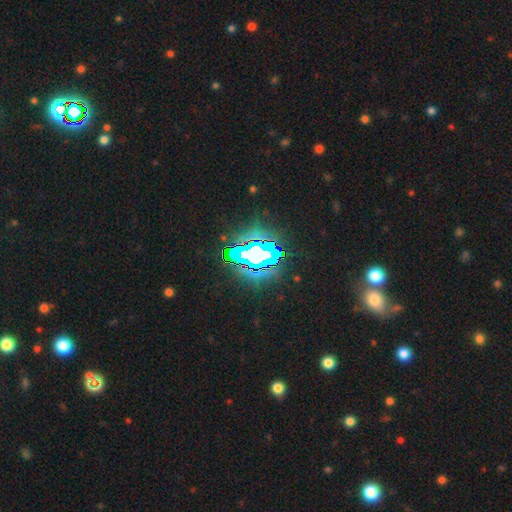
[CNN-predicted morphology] Smooth or featured?
  - star or artifact: 69% *
  - featured or disk: 18%
  - smooth: 13%